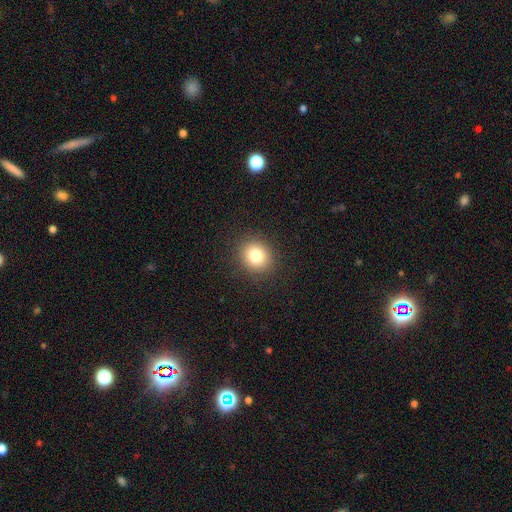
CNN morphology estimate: This is clearly a smooth galaxy (81%). How rounded: likely round (75%). Merging: clearly none (90%).